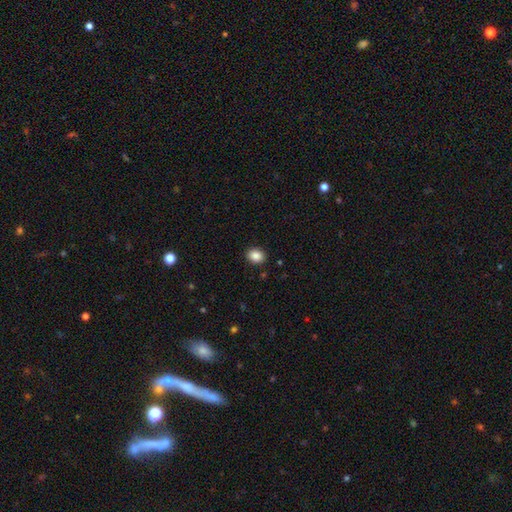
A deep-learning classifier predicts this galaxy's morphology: Smooth or featured: smooth — 87% (star or artifact — 9%)
How rounded: in between — 52% (round — 47%)
Merging: none — 90% (minor disturbance — 7%)